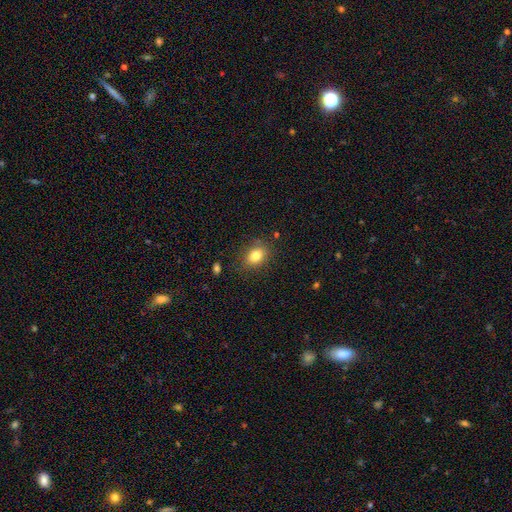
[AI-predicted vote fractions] This is clearly a smooth galaxy (81%). How rounded: likely in between (67%). Merging: clearly none (82%).